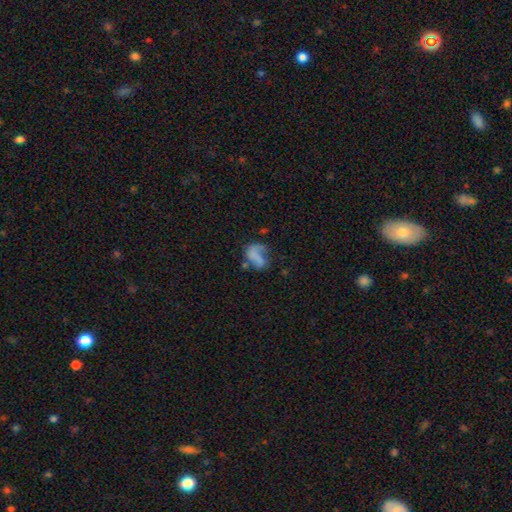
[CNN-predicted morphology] smooth-or-featured: smooth: 48% | featured or disk: 40% | star or artifact: 12%
  merging: major disturbance: 42% | none: 28% | minor disturbance: 21% | merger: 10%